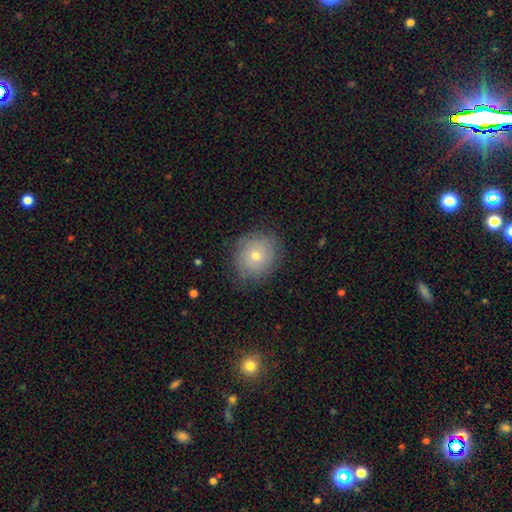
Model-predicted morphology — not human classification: This is possibly a smooth galaxy (58%). How rounded: likely round (80%). Merging: clearly none (81%).